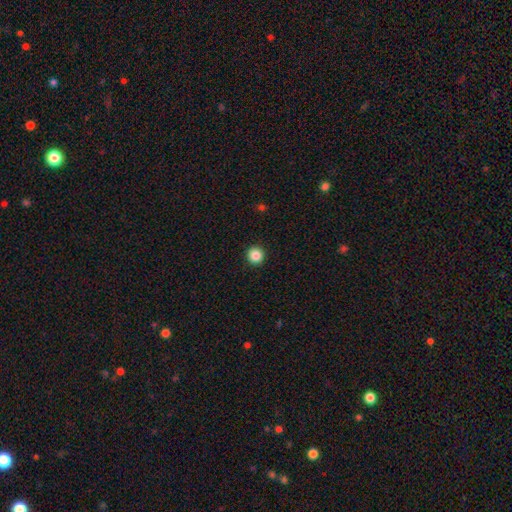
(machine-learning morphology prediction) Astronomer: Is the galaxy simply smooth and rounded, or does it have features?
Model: smooth — 87%.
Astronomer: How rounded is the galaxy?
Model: round — 95%.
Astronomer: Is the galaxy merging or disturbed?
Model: none — 93%.